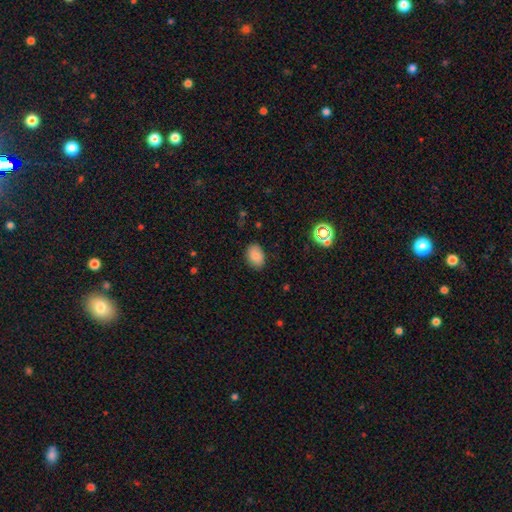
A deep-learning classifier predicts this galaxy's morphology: Smooth or featured?
  - smooth: 86% *
  - star or artifact: 9%
  - featured or disk: 5%
How rounded?
  - in between: 77% *
  - round: 22%
  - cigar-shaped: 1%
Merging?
  - none: 85% *
  - minor disturbance: 12%
  - major disturbance: 3%
  - merger: 1%